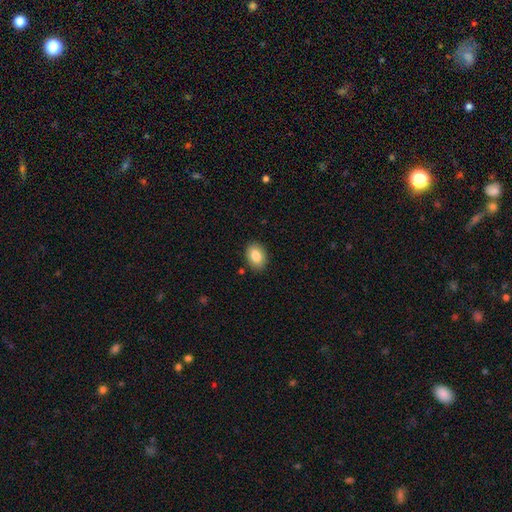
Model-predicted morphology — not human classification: This appears to be a smooth galaxy with no disk features (85%) that is in between round and cigar-shaped (82%). Merging: none (88%).